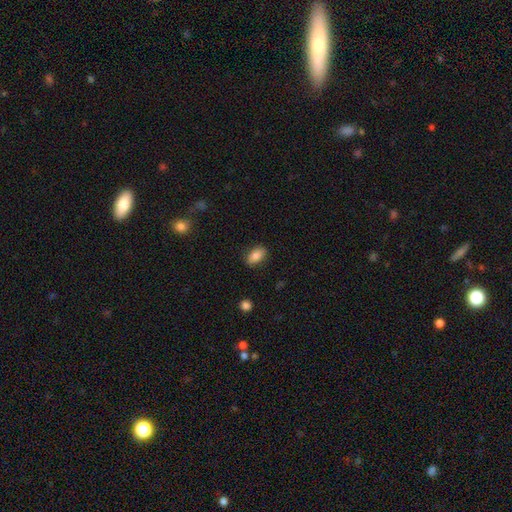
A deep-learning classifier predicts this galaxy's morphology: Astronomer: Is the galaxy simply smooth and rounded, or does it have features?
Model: smooth — 83%.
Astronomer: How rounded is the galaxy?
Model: in between — 89%.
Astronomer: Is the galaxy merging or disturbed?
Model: none — 85%.